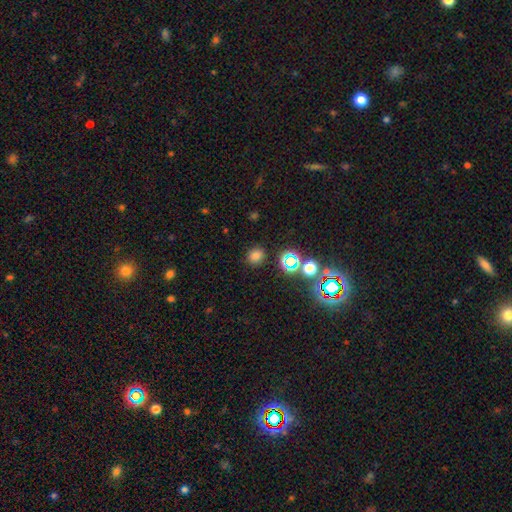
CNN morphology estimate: Overall: smooth (71%). How rounded: round (79%). Merging: none (86%).